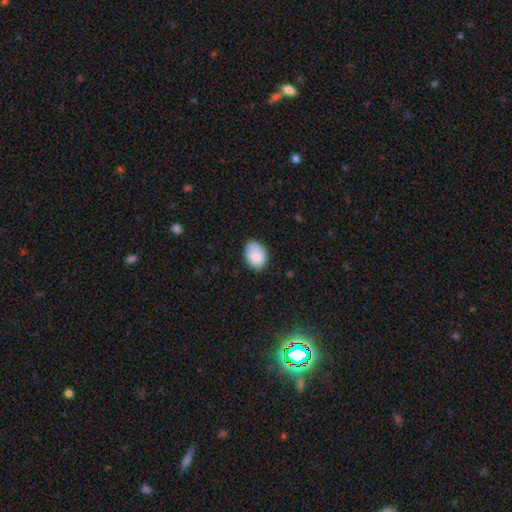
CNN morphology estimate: Smooth or featured?
  - smooth: 88% *
  - star or artifact: 7%
  - featured or disk: 5%
How rounded?
  - in between: 78% *
  - round: 21%
  - cigar-shaped: 1%
Merging?
  - none: 75% *
  - minor disturbance: 21%
  - major disturbance: 3%
  - merger: 1%